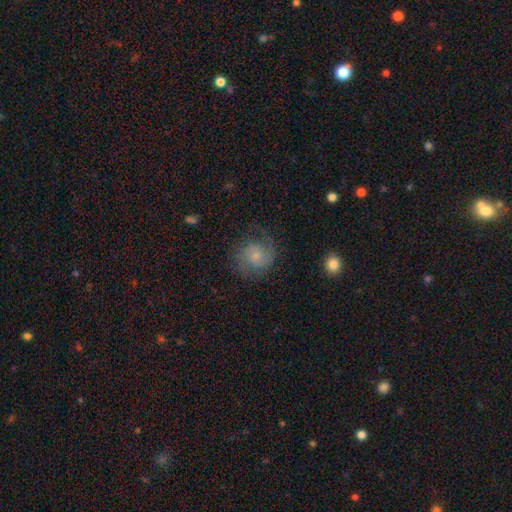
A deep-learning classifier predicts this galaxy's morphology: Q: Smooth or featured?
A: featured or disk (64%); runner-up: smooth (27%)
Q: Edge-on disk?
A: no (98%); runner-up: yes (2%)
Q: Bar?
A: no (73%); runner-up: weak (24%)
Q: Spiral arms?
A: yes (92%); runner-up: no (8%)
Q: Spiral winding?
A: medium (46%); runner-up: tight (30%)
Q: Spiral arm count?
A: 2 (75%); runner-up: can't tell (10%)
Q: Bulge size?
A: small (61%); runner-up: moderate (28%)
Q: Merging?
A: none (69%); runner-up: minor disturbance (17%)